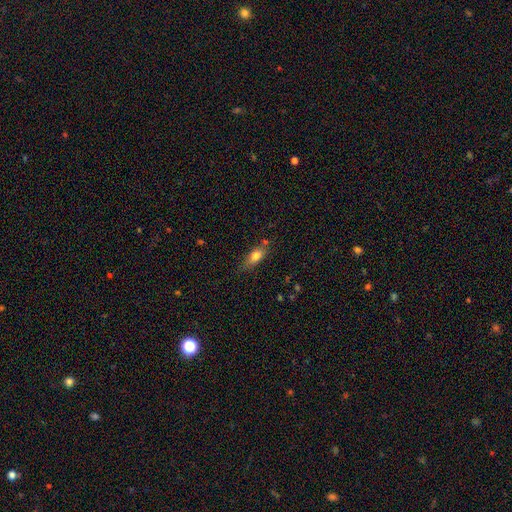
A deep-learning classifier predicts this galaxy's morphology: smooth 74%, featured or disk 17%, star or artifact 9%. Down the decision tree: how rounded — in between (71%); merging — none (66%).